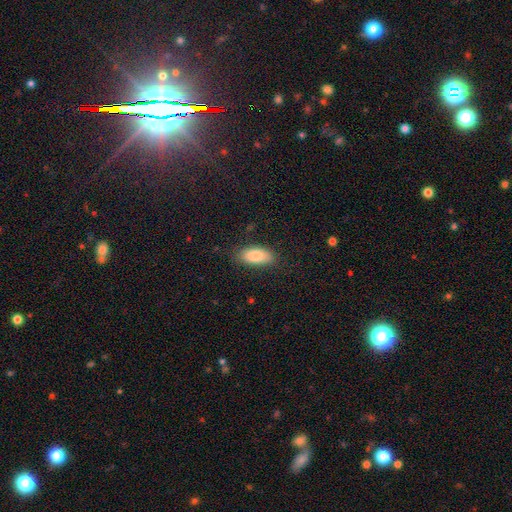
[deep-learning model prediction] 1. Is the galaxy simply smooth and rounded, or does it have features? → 87% smooth, 7% featured or disk, 7% star or artifact.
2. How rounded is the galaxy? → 89% in between, 9% cigar-shaped, 2% round.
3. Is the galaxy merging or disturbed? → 82% none, 13% minor disturbance, 3% major disturbance, 1% merger.